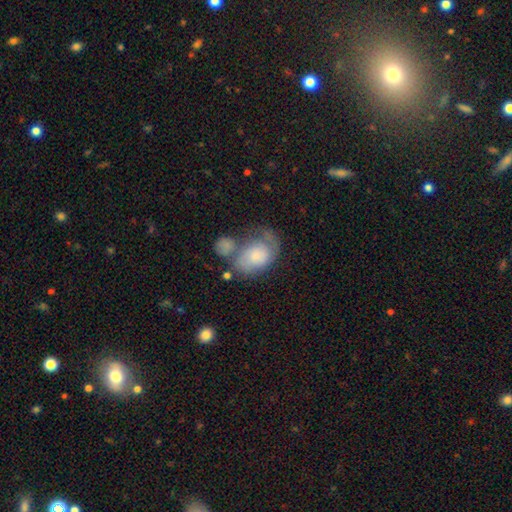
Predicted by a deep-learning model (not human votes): smooth_or_featured: smooth (p=0.53) [alt: featured or disk p=0.40]
how_rounded: in between (p=0.76) [alt: round p=0.22]
merging: merger (p=0.29) [alt: none p=0.27]